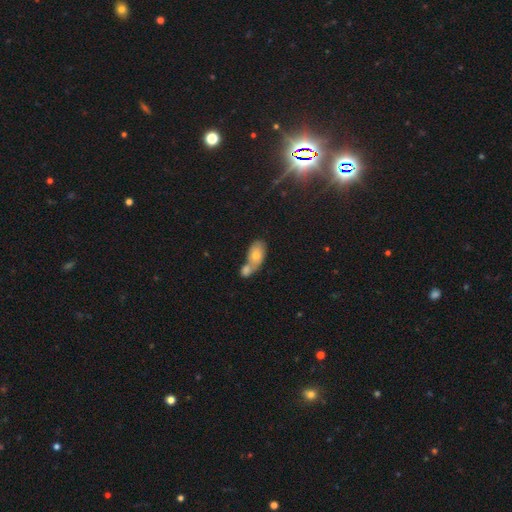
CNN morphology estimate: smooth 70%, featured or disk 22%, star or artifact 8%. Down the decision tree: how rounded — in between (88%); merging — merger (66%).